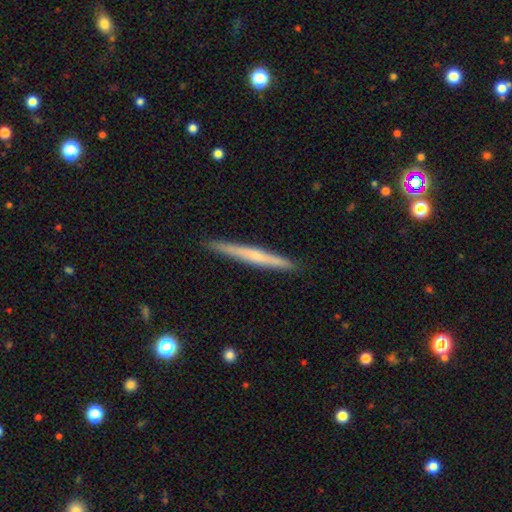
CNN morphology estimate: smooth_or_featured: featured or disk (p=0.54) [alt: smooth p=0.41]
disk_edge_on: yes (p=0.97) [alt: no p=0.03]
edge_on_bulge: none (p=0.50) [alt: rounded p=0.46]
merging: none (p=0.91) [alt: minor disturbance p=0.07]